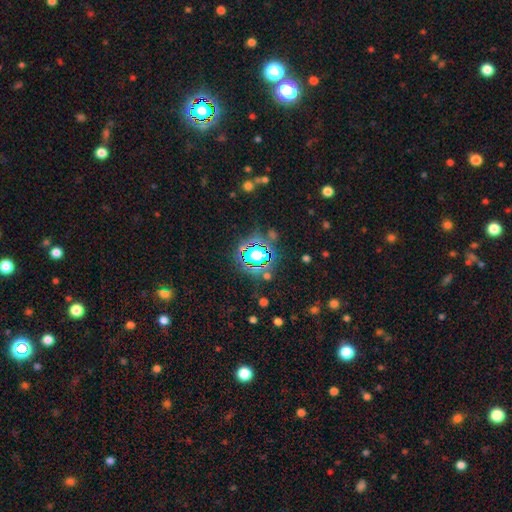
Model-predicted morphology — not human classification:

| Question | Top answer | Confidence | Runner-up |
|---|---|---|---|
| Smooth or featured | star or artifact | 72% | smooth (19%) |